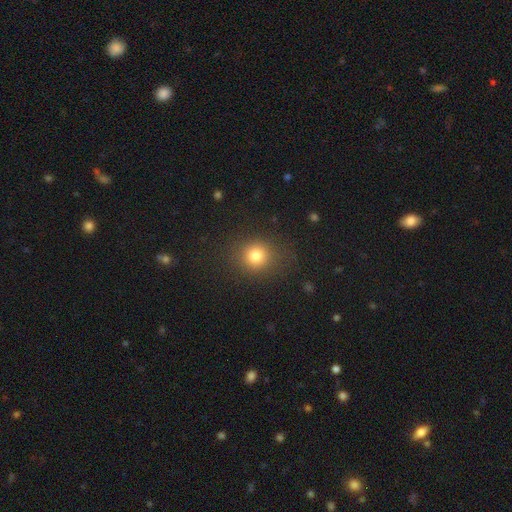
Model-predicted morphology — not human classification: Q: Smooth or featured?
A: smooth (80%); runner-up: star or artifact (14%)
Q: How rounded?
A: round (86%); runner-up: in between (13%)
Q: Merging?
A: none (85%); runner-up: minor disturbance (9%)